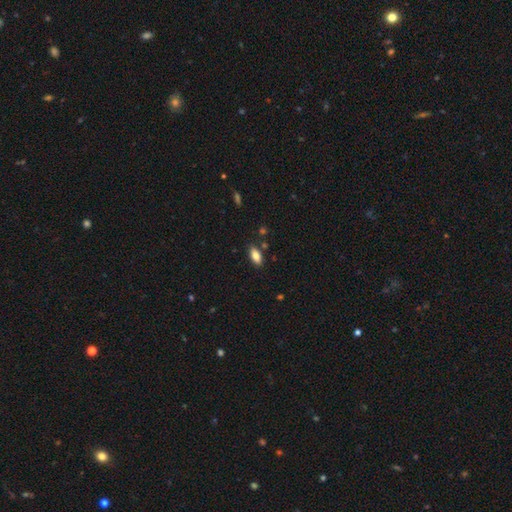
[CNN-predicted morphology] Smooth or featured: smooth — 81% (featured or disk — 11%)
How rounded: in between — 88% (cigar-shaped — 10%)
Merging: none — 84% (minor disturbance — 11%)